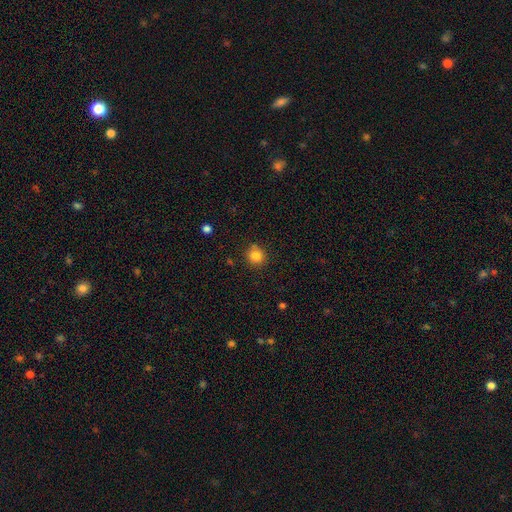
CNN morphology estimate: smooth_or_featured: smooth (p=0.84) [alt: star or artifact p=0.11]
how_rounded: round (p=0.92) [alt: in between p=0.07]
merging: none (p=0.85) [alt: minor disturbance p=0.10]